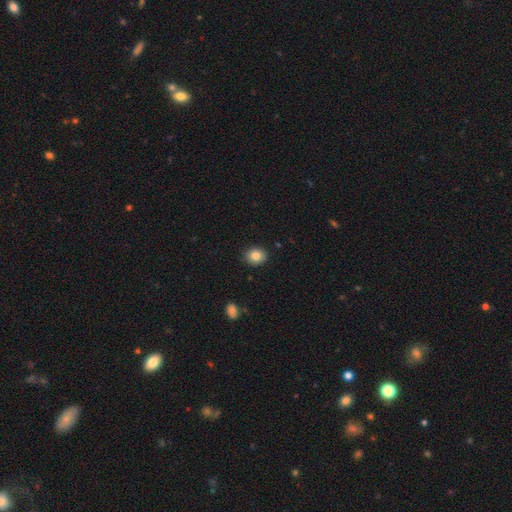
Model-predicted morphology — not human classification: This appears to be a smooth galaxy with no disk features (83%) that is round (65%). Merging: none (89%).